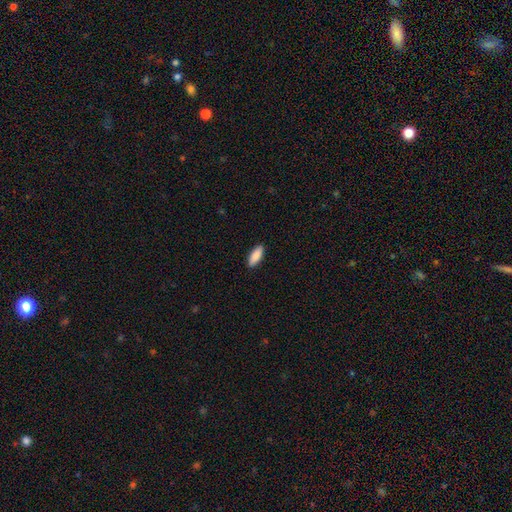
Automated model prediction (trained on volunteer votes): A smooth galaxy with no disk features (87%) that is in between round and cigar-shaped (74%). Merging: none (90%).